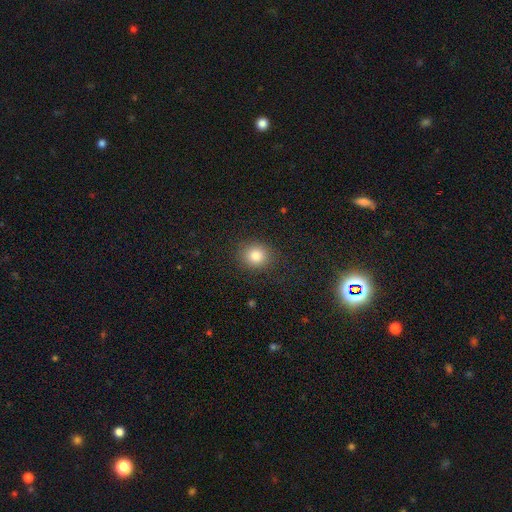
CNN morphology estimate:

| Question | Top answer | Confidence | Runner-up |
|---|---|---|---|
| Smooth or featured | smooth | 83% | star or artifact (11%) |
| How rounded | round | 80% | in between (19%) |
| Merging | none | 87% | minor disturbance (9%) |